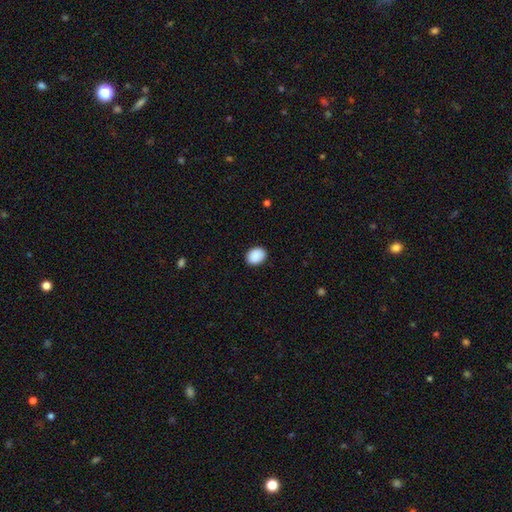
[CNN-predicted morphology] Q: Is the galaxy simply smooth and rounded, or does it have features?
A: smooth — 90%.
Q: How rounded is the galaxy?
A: in between — 57%.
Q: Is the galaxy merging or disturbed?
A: none — 89%.